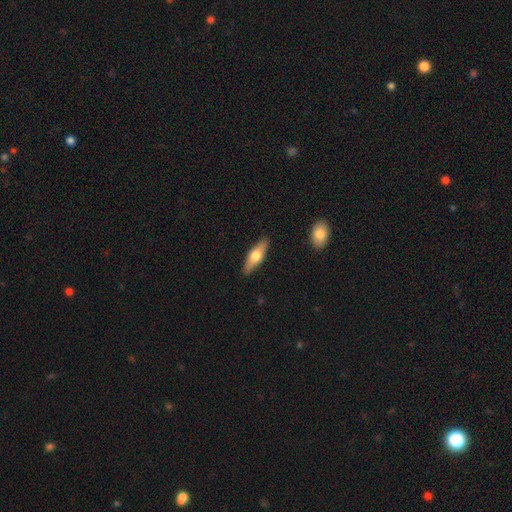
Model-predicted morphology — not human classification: Smooth or featured: smooth — 51% (featured or disk — 44%)
How rounded: cigar-shaped — 49% (in between — 48%)
Merging: none — 89% (minor disturbance — 8%)